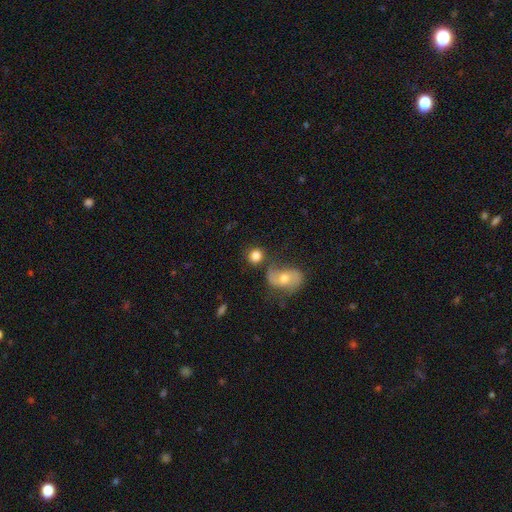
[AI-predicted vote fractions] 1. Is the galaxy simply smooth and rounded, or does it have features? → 79% smooth, 12% featured or disk, 9% star or artifact.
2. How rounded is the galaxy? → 80% round, 18% in between, 2% cigar-shaped.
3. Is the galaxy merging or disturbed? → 64% none, 17% merger, 13% minor disturbance, 6% major disturbance.